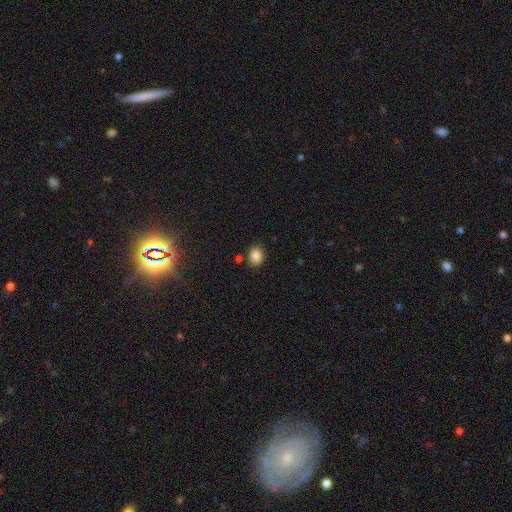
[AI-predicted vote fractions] Q: Smooth or featured?
A: smooth (86%); runner-up: star or artifact (10%)
Q: How rounded?
A: in between (57%); runner-up: round (42%)
Q: Merging?
A: none (82%); runner-up: minor disturbance (10%)